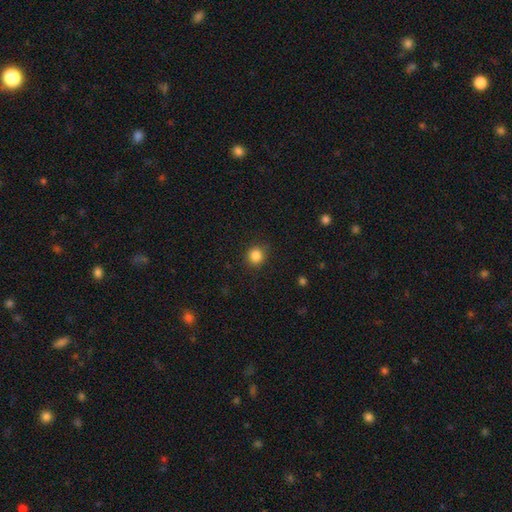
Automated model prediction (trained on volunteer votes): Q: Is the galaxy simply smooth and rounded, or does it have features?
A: smooth — 85%.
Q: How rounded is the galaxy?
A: round — 90%.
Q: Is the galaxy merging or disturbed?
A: none — 88%.